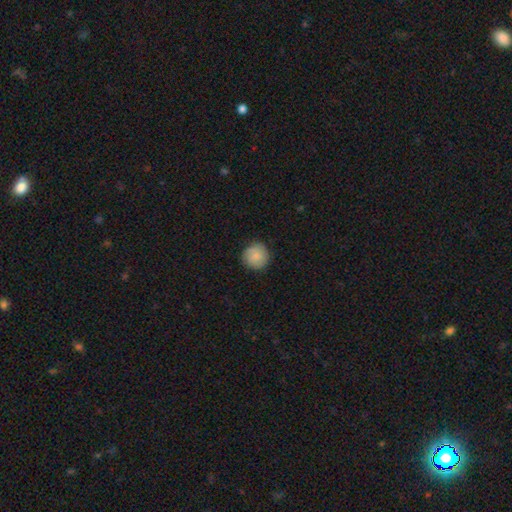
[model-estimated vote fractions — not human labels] Q: Smooth or featured?
A: smooth (86%); runner-up: featured or disk (7%)
Q: How rounded?
A: round (94%); runner-up: in between (5%)
Q: Merging?
A: none (87%); runner-up: minor disturbance (10%)